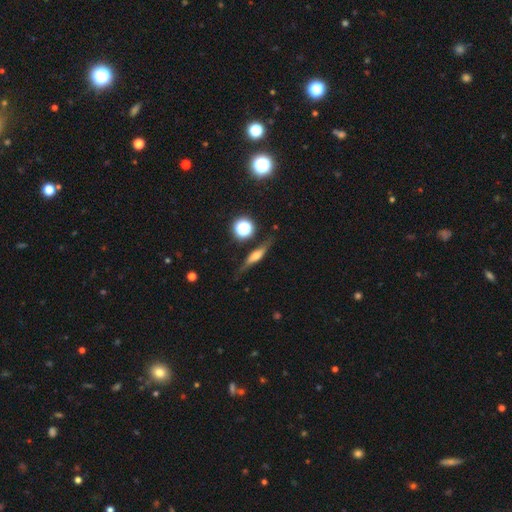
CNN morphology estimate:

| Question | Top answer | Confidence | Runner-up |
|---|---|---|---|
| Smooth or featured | featured or disk | 57% | smooth (32%) |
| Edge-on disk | yes | 90% | no (10%) |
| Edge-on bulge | rounded | 77% | boxy (15%) |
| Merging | none | 78% | minor disturbance (15%) |